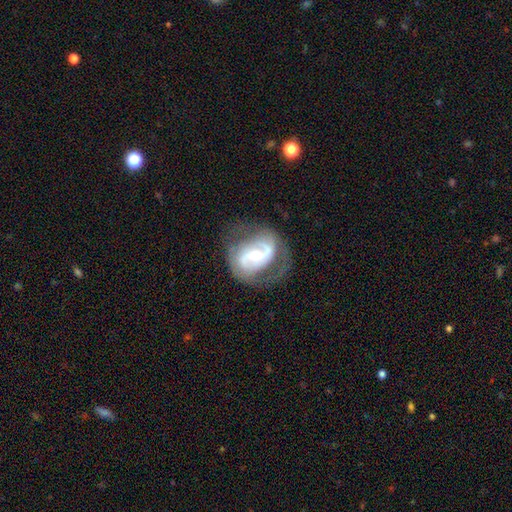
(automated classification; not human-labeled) featured or disk 79%, smooth 15%, star or artifact 6%. Down the decision tree: edge-on disk — no (96%); bar — no (41%); spiral arms — yes (80%); spiral arm count — 2 (73%); spiral winding — medium (43%); bulge size — moderate (55%); merging — none (57%).